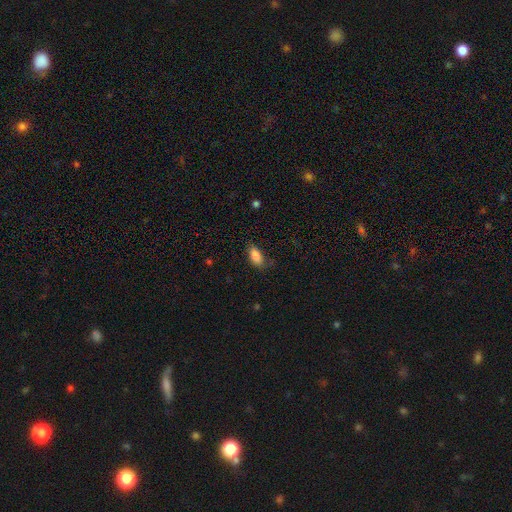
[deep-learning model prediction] Q: Smooth or featured?
A: smooth (86%); runner-up: star or artifact (8%)
Q: How rounded?
A: in between (90%); runner-up: cigar-shaped (7%)
Q: Merging?
A: none (70%); runner-up: minor disturbance (22%)